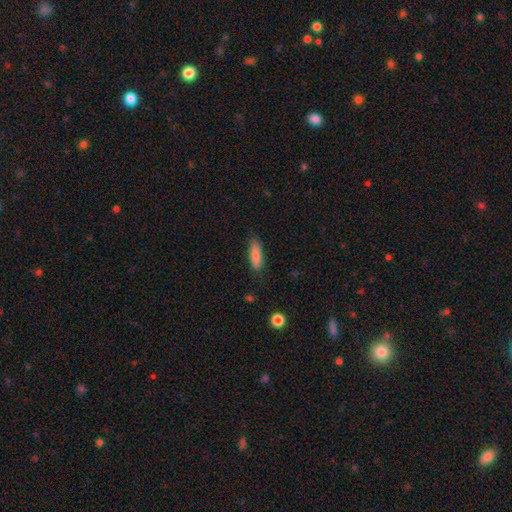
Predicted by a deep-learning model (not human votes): A smooth galaxy with no disk features (82%) that is cigar-shaped (49%, tied with in between).

Vote fractions:
- Smooth or featured? smooth: 82% / featured or disk: 12% / star or artifact: 7%
- How rounded? cigar-shaped: 49% (tied) / in between: 49% (tied) / round: 2%
- Merging? none: 81% / minor disturbance: 14% / major disturbance: 3% / merger: 1%